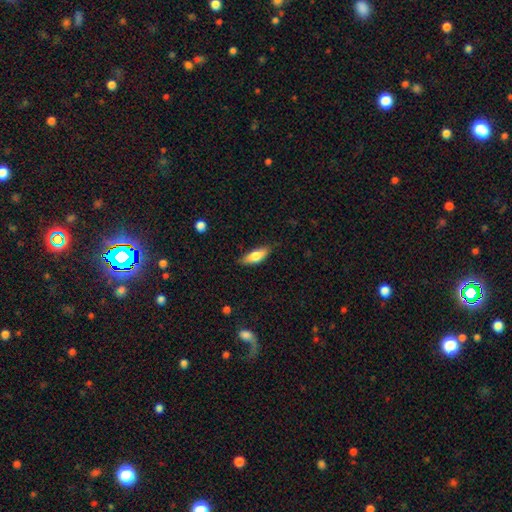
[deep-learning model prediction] Smooth or featured? Predicted: smooth (p=0.71). How rounded? Predicted: in between (p=0.68). Merging? Predicted: none (p=0.76).